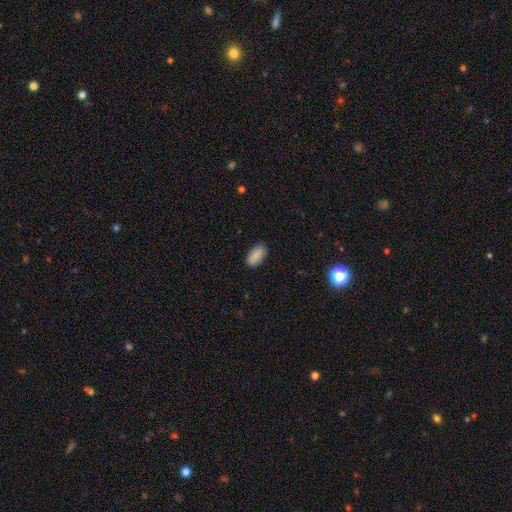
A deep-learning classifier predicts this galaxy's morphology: Smooth or featured: smooth — 89% (star or artifact — 7%)
How rounded: in between — 94% (cigar-shaped — 4%)
Merging: none — 87% (minor disturbance — 10%)